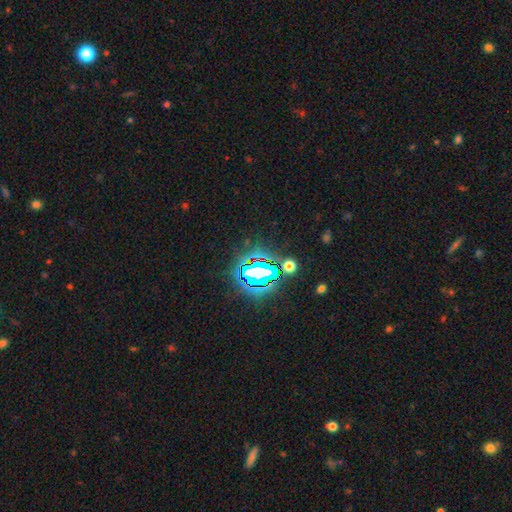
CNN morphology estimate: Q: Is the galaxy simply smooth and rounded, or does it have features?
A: star or artifact — 84%.